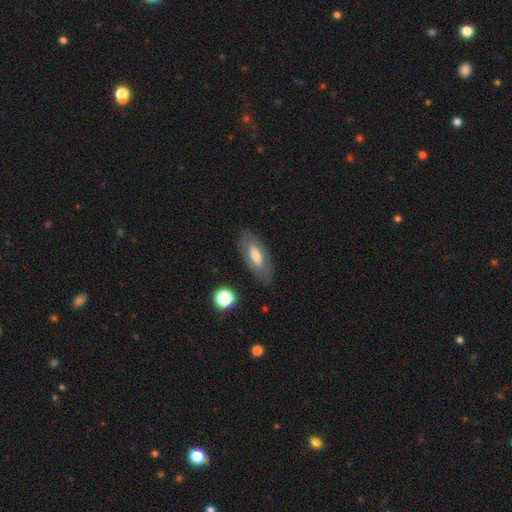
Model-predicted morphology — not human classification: Smooth or featured: smooth — 53% (featured or disk — 40%)
How rounded: in between — 80% (cigar-shaped — 17%)
Merging: none — 82% (minor disturbance — 12%)